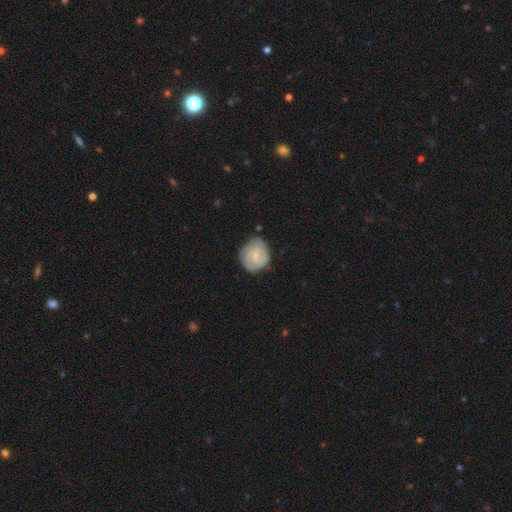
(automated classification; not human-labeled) Smooth or featured: featured or disk — 53% (smooth — 41%)
Edge-on disk: no — 98% (yes — 2%)
Bar: weak — 52% (no — 38%)
Spiral arms: yes — 83% (no — 17%)
Bulge size: small — 61% (none — 20%)
Merging: none — 68% (minor disturbance — 23%)